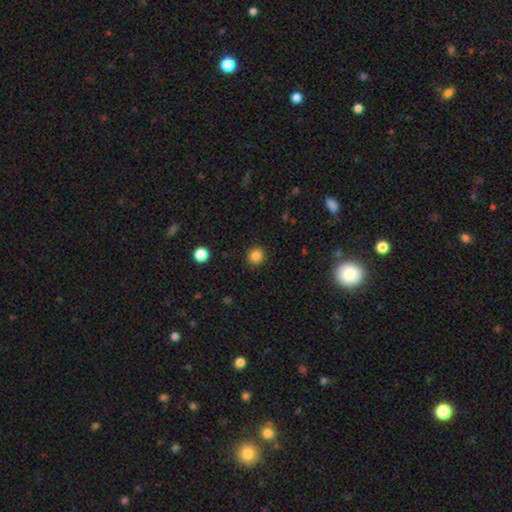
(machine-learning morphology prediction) Q: Smooth or featured?
A: smooth (84%); runner-up: star or artifact (12%)
Q: How rounded?
A: round (93%); runner-up: in between (6%)
Q: Merging?
A: none (91%); runner-up: minor disturbance (6%)